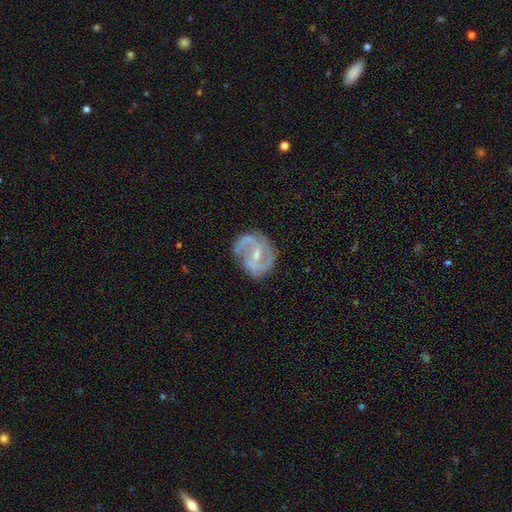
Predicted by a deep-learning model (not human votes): Overall: featured or disk (87%). Edge-on disk: no (98%). Bar: weak (50%; strong 27%). Spiral arms: yes (95%). Spiral arm count: 2 (85%). Spiral winding: medium (55%; tight 25%). Bulge size: small (52%; moderate 43%). Merging: none (71%).